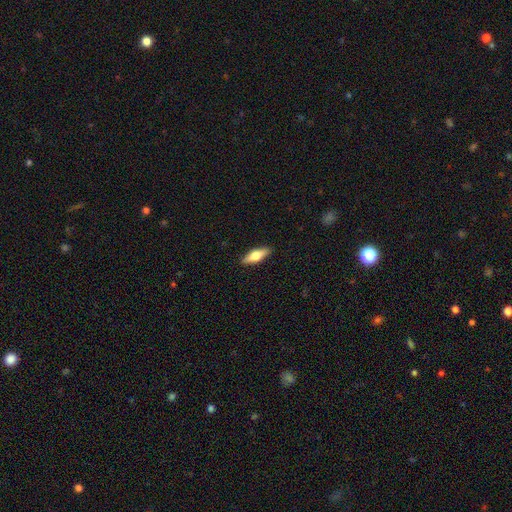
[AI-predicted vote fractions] The model was most divided on "how rounded": in between: 52%, cigar-shaped: 46%, round: 3%. More confident: merging — none (90%); smooth or featured — smooth (56%).